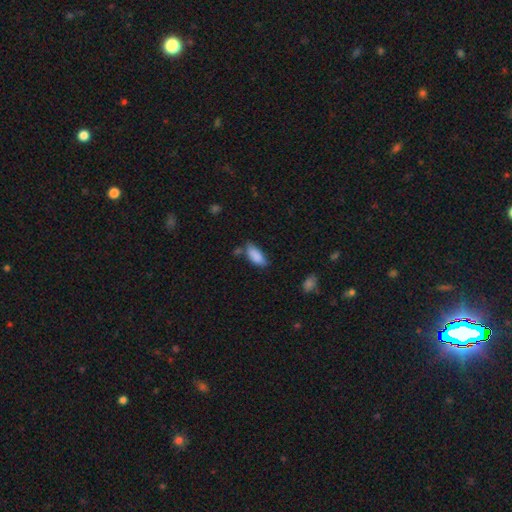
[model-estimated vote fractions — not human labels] A smooth galaxy with no disk features (87%) that is in between round and cigar-shaped (83%). Merging: none (59%).